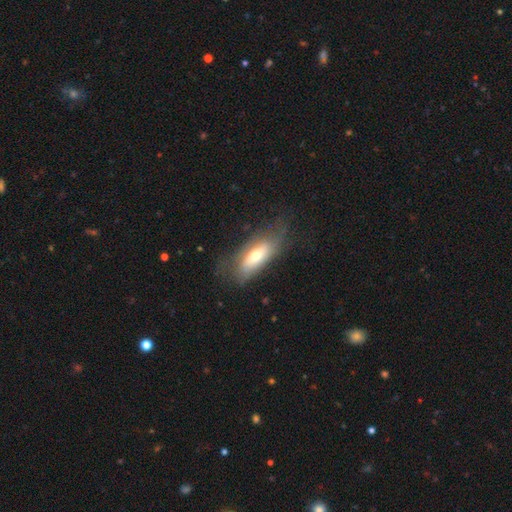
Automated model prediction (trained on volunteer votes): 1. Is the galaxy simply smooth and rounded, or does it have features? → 57% smooth, 36% featured or disk, 7% star or artifact.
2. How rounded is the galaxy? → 76% in between, 22% cigar-shaped, 3% round.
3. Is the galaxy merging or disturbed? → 58% none, 25% minor disturbance, 16% major disturbance, 2% merger.